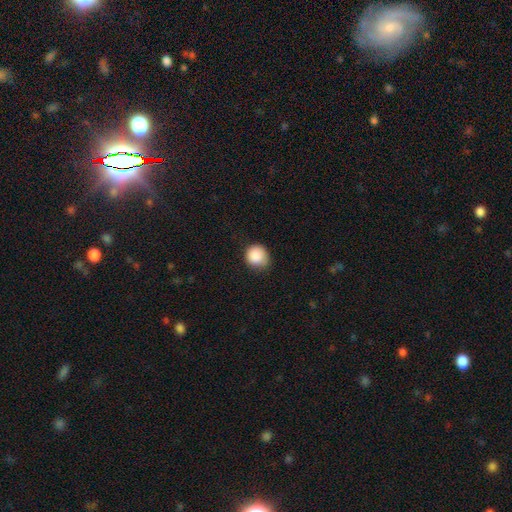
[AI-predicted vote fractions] A smooth galaxy with no disk features (88%) that is round (85%).

Vote fractions:
- Smooth or featured? smooth: 88% / star or artifact: 9% / featured or disk: 3%
- How rounded? round: 85% / in between: 14% / cigar-shaped: 1%
- Merging? none: 72% / minor disturbance: 23% / major disturbance: 4% / merger: 1%